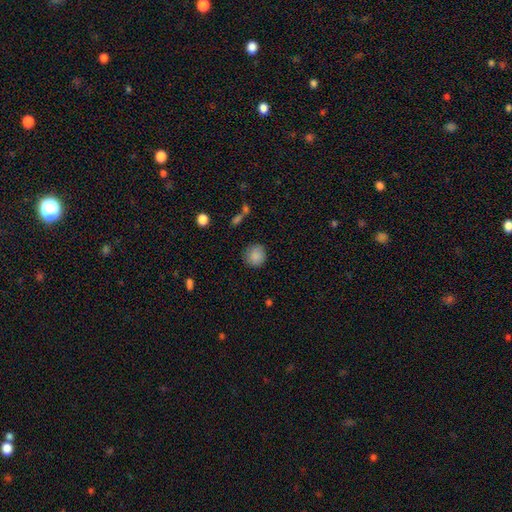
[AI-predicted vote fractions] Smooth or featured?
  - smooth: 87% *
  - star or artifact: 9%
  - featured or disk: 5%
How rounded?
  - round: 90% *
  - in between: 9%
  - cigar-shaped: 1%
Merging?
  - none: 84% *
  - minor disturbance: 12%
  - major disturbance: 3%
  - merger: 2%